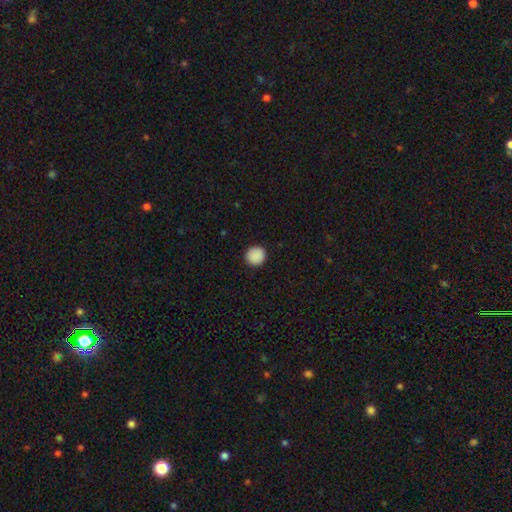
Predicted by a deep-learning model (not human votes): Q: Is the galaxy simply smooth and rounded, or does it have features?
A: smooth — 90%.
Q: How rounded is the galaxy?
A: round — 94%.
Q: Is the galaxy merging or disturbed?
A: none — 93%.